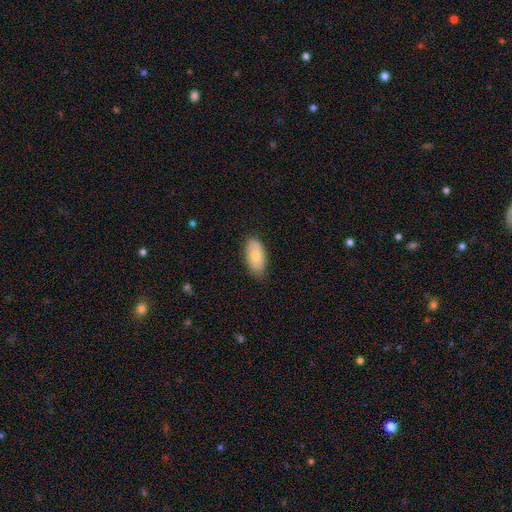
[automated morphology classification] type=smooth (75%); roundness=in between (93%); merging=none (74%).